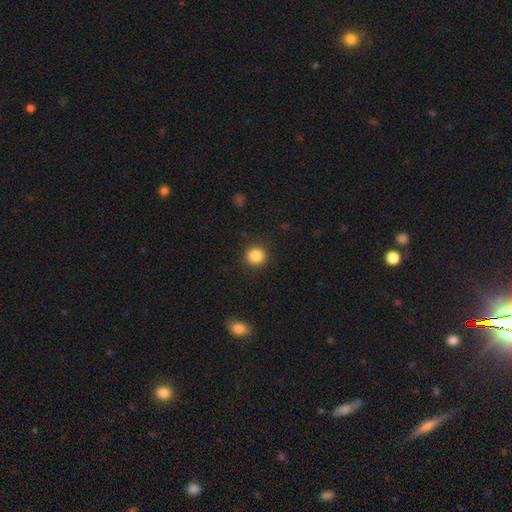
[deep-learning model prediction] This is clearly a smooth galaxy (86%). How rounded: clearly round (91%). Merging: clearly none (90%).